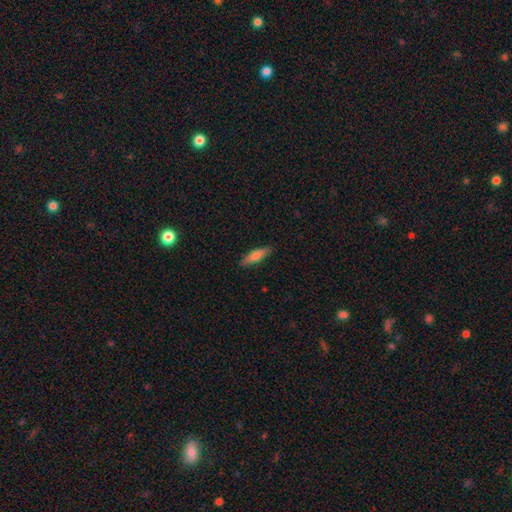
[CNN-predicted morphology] A smooth galaxy with no disk features (68%) that is cigar-shaped (66%).

Vote fractions:
- Smooth or featured? smooth: 68% / featured or disk: 26% / star or artifact: 6%
- How rounded? cigar-shaped: 66% / in between: 32% / round: 2%
- Merging? none: 89% / minor disturbance: 8% / major disturbance: 2% / merger: 1%